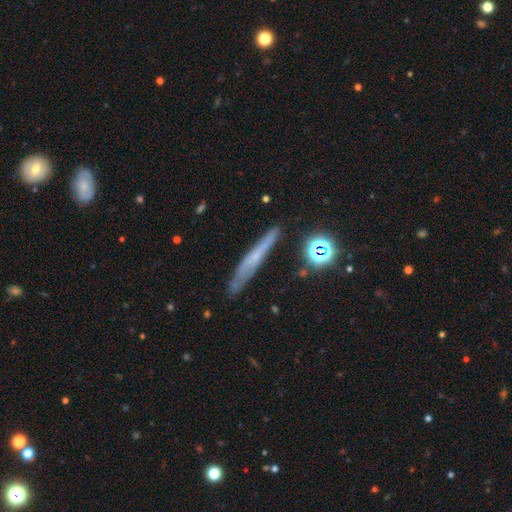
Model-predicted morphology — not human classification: smooth-or-featured: featured or disk: 46% | smooth: 41% | star or artifact: 13%
  merging: none: 77% | minor disturbance: 16% | major disturbance: 4% | merger: 3%